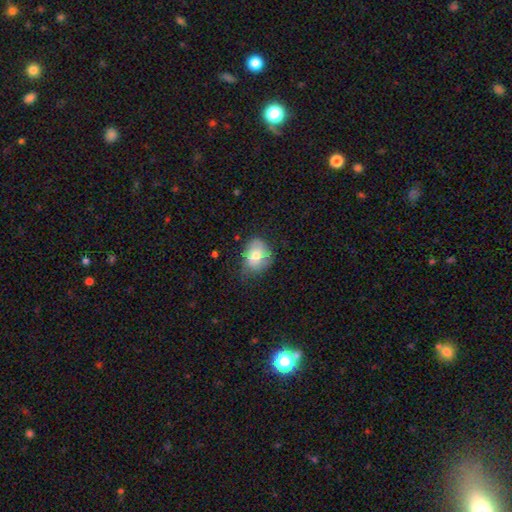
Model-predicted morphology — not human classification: smooth-or-featured: smooth: 76% | featured or disk: 17% | star or artifact: 8%
  how-rounded: in between: 53% | round: 46% | cigar-shaped: 1%
  merging: none: 49% | minor disturbance: 38% | major disturbance: 12% | merger: 2%